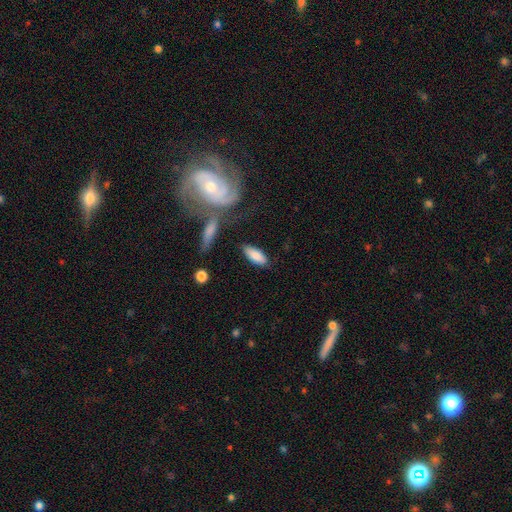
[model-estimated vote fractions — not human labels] A smooth galaxy with no disk features (82%) that is in between round and cigar-shaped (76%). Merging: none (76%).